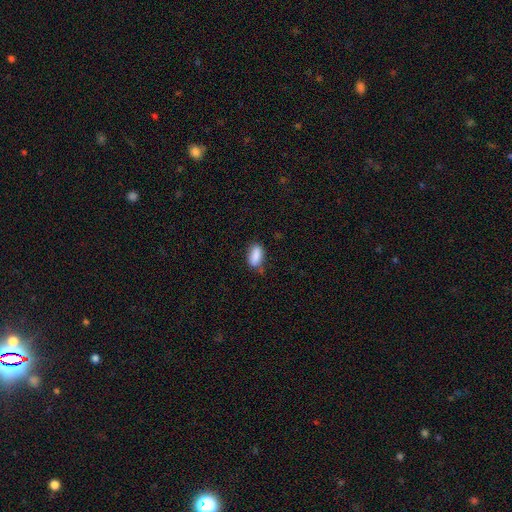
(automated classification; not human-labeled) Smooth or featured? Predicted: smooth (p=0.87). How rounded? Predicted: in between (p=0.89). Merging? Predicted: none (p=0.72).